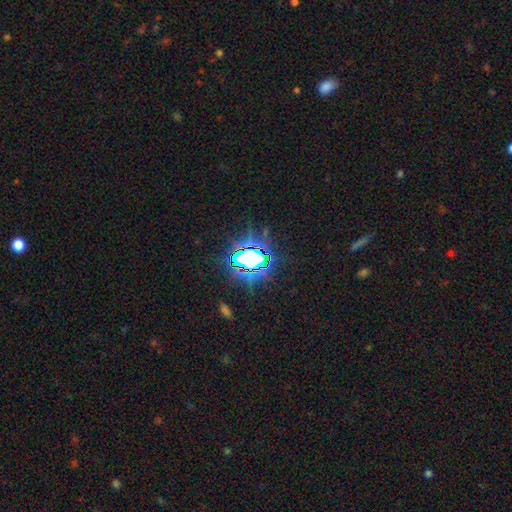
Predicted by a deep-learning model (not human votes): Overall: star or artifact (75%).